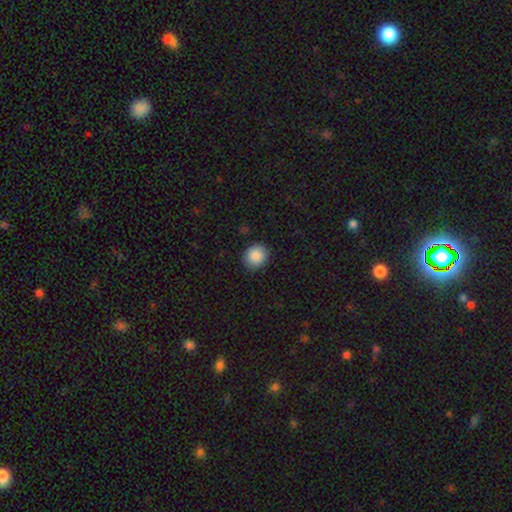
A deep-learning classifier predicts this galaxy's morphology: Smooth or featured? Predicted: smooth (p=0.88). How rounded? Predicted: round (p=0.76). Merging? Predicted: none (p=0.89).